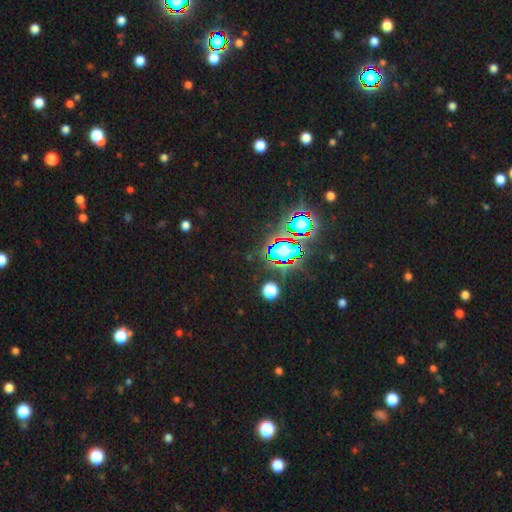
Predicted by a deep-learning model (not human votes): smooth-or-featured: star or artifact: 79% | smooth: 13% | featured or disk: 8%